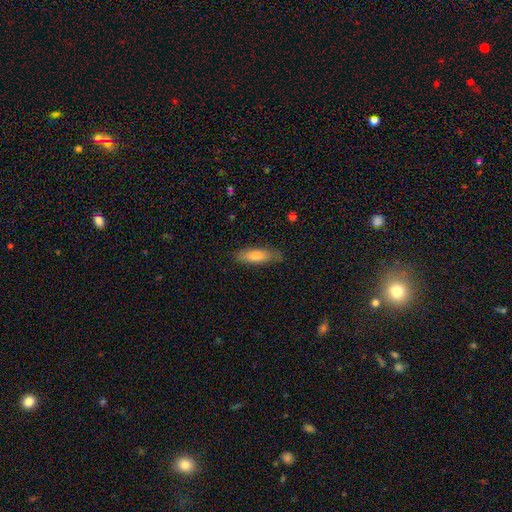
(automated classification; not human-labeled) The model was most divided on "how rounded": cigar-shaped: 56%, in between: 42%, round: 2%. More confident: merging — none (82%); smooth or featured — smooth (73%).